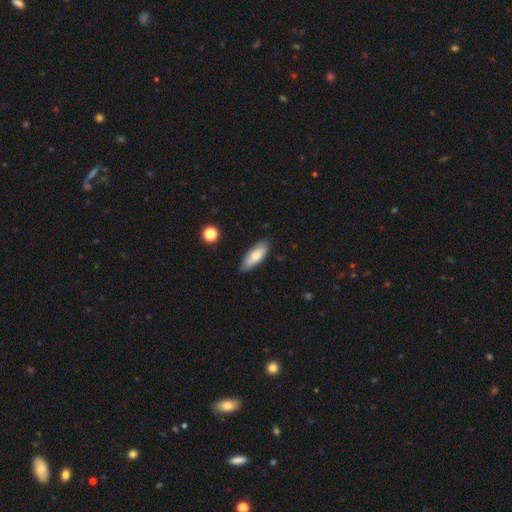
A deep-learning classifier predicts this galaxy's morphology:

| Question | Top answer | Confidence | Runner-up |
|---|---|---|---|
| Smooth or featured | smooth | 78% | featured or disk (16%) |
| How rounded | in between | 73% | cigar-shaped (25%) |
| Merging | none | 84% | minor disturbance (12%) |